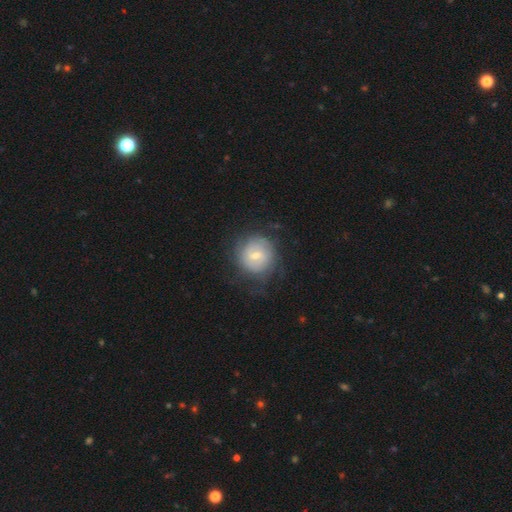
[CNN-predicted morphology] Smooth or featured?
  - featured or disk: 52% *
  - smooth: 40%
  - star or artifact: 8%
Edge-on disk?
  - no: 97% *
  - yes: 3%
Bar?
  - weak: 50% *
  - no: 39%
  - strong: 11%
Spiral arms?
  - yes: 66% *
  - no: 34%
Bulge size?
  - small: 53% *
  - moderate: 42%
  - large: 2%
  - none: 1%
  - dominant: 1%
Merging?
  - none: 70% *
  - minor disturbance: 17%
  - major disturbance: 11%
  - merger: 1%